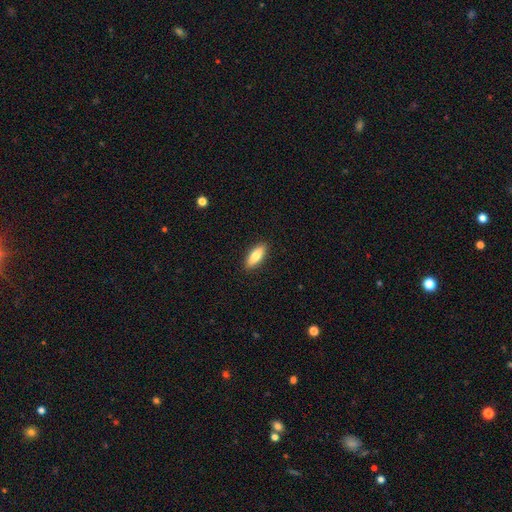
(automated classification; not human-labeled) Morphology: type=smooth (80%); roundness=in between (65%); merging=none (90%).